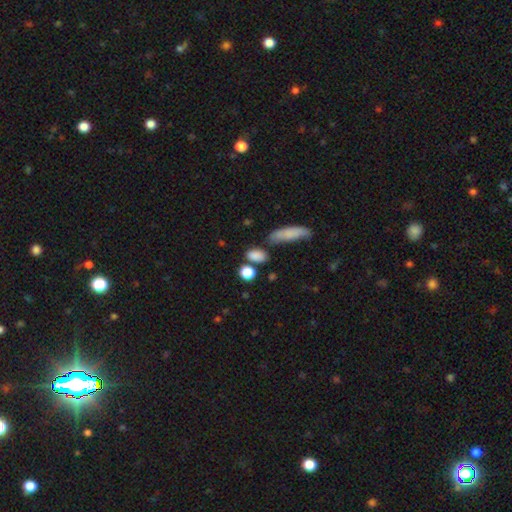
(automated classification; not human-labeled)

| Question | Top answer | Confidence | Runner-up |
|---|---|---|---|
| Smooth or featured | smooth | 83% | star or artifact (11%) |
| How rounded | in between | 63% | round (30%) |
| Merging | none | 69% | minor disturbance (13%) |